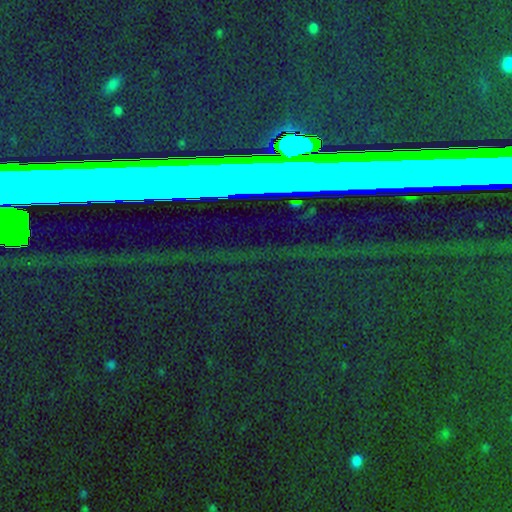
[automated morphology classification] A star or artifact, not a galaxy (85%).

Vote fractions:
- Smooth or featured? star or artifact: 85% / smooth: 8% / featured or disk: 7%